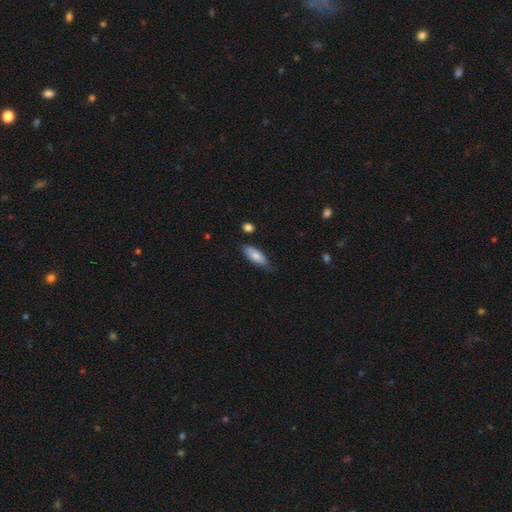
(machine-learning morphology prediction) type=smooth (79%); roundness=in between (74%); merging=none (71%).